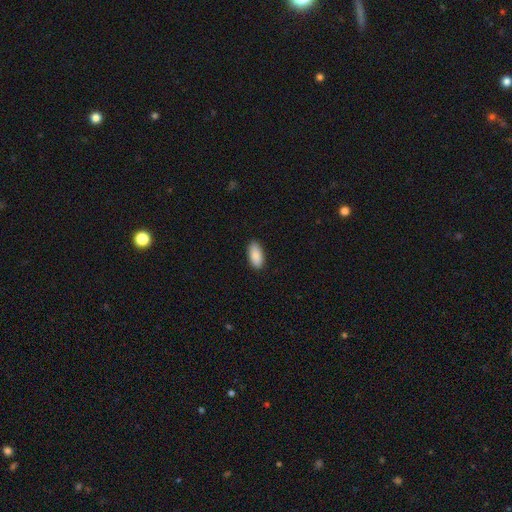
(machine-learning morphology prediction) This is clearly a smooth galaxy (90%). How rounded: clearly in between (92%). Merging: clearly none (88%).